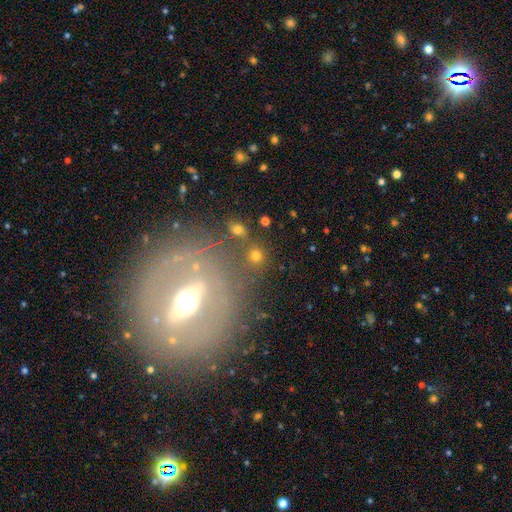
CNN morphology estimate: A smooth galaxy with no disk features (72%) that is round (88%). Merging: none (79%).